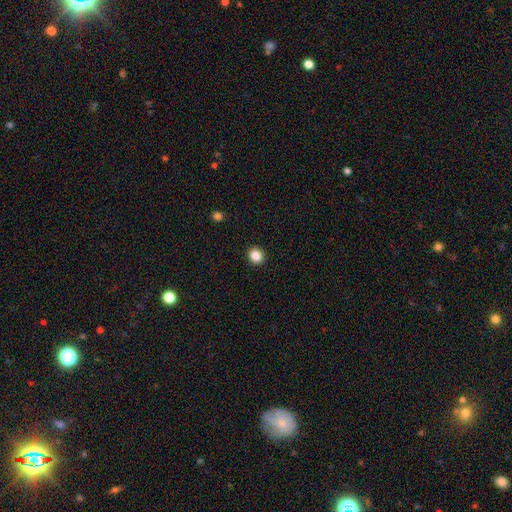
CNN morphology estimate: smooth 85%, star or artifact 11%, featured or disk 4%. Down the decision tree: how rounded — round (80%); merging — none (92%).